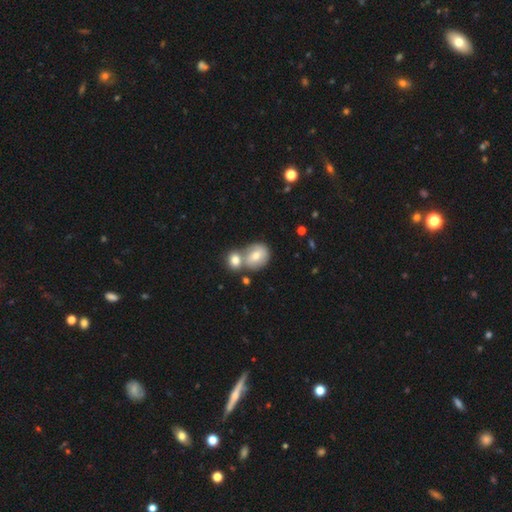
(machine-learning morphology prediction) Smooth or featured?
  - smooth: 62% *
  - featured or disk: 27%
  - star or artifact: 11%
How rounded?
  - round: 60% *
  - in between: 39%
  - cigar-shaped: 1%
Merging?
  - merger: 48% *
  - none: 40%
  - minor disturbance: 9%
  - major disturbance: 3%